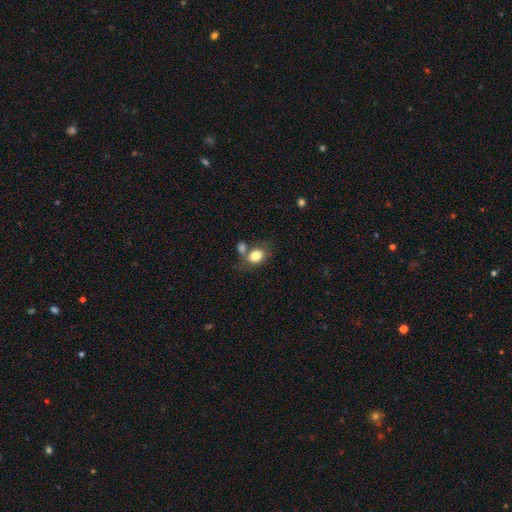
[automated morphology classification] smooth-or-featured: smooth: 80% | featured or disk: 11% | star or artifact: 9%
  how-rounded: in between: 58% | round: 41% | cigar-shaped: 1%
  merging: none: 49% | merger: 30% | minor disturbance: 15% | major disturbance: 6%